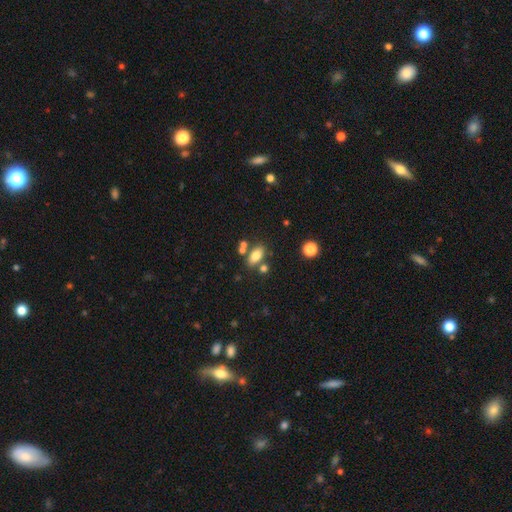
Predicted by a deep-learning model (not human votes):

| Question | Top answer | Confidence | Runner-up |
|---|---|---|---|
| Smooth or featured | smooth | 79% | featured or disk (12%) |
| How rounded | in between | 87% | round (6%) |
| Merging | none | 68% | merger (16%) |